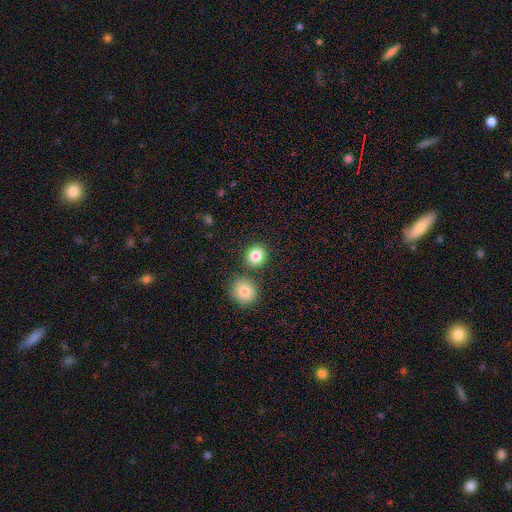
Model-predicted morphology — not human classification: Smooth or featured: smooth — 84% (star or artifact — 10%)
How rounded: round — 84% (in between — 15%)
Merging: none — 81% (merger — 9%)